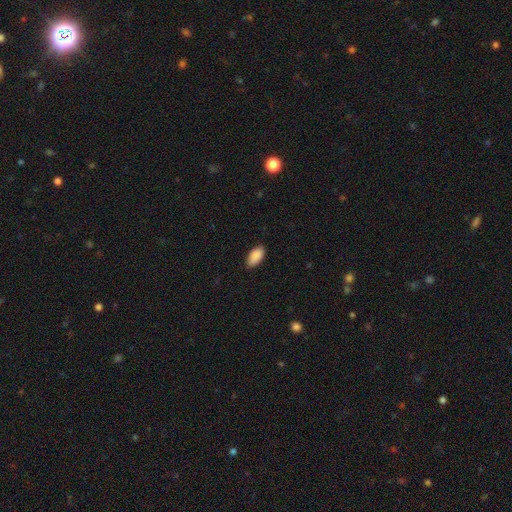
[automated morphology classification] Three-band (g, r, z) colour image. It shows a smooth galaxy with no disk features (90%) that is in between round and cigar-shaped (95%). Merging: none (85%).